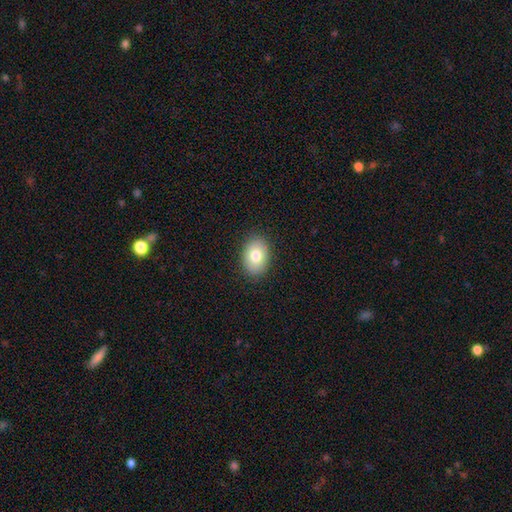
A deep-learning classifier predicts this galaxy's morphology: type=smooth (79%); roundness=in between (77%); merging=none (89%).